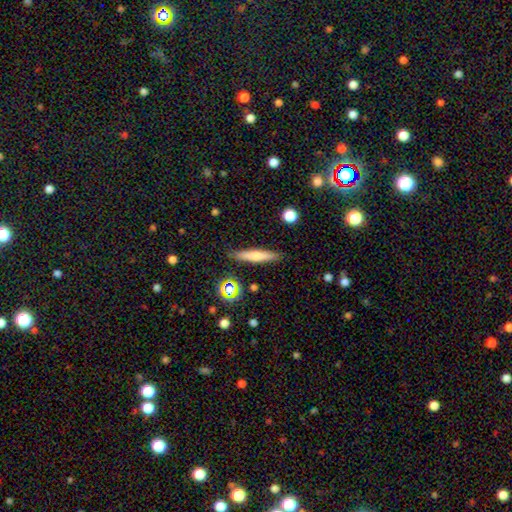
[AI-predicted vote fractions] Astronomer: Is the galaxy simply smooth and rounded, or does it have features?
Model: smooth — 62%.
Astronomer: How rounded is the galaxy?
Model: cigar-shaped — 87%.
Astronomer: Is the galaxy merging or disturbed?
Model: none — 87%.